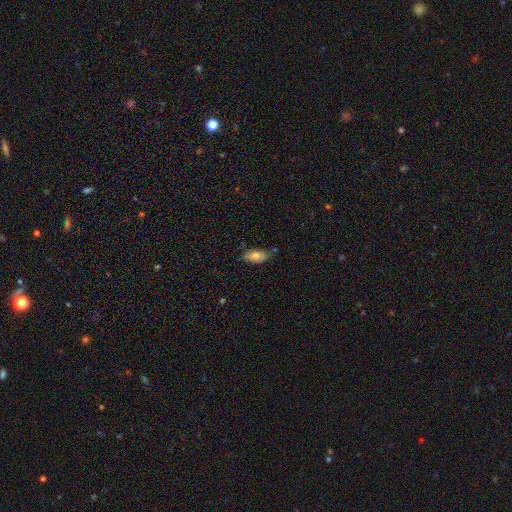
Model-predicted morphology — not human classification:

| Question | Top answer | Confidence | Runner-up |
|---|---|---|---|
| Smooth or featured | smooth | 76% | featured or disk (17%) |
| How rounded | in between | 90% | cigar-shaped (7%) |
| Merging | none | 67% | minor disturbance (24%) |